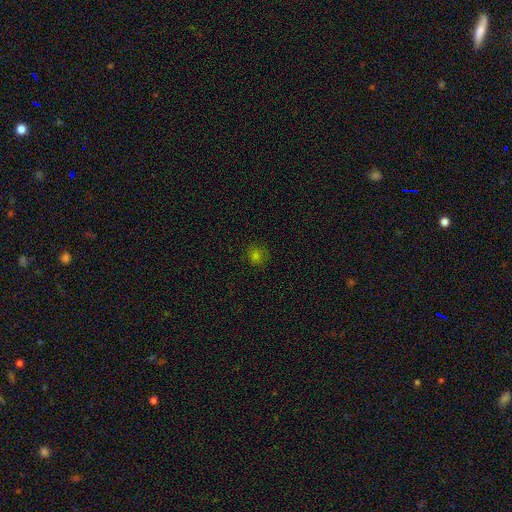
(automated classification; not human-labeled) Smooth or featured? smooth (75%)
How rounded? round (86%)
Merging? none (84%)